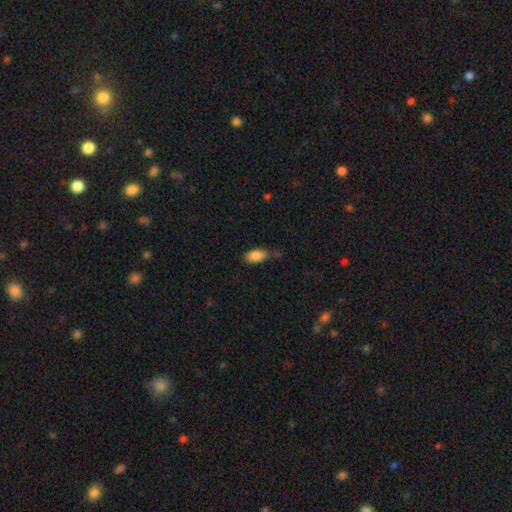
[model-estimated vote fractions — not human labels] smooth-or-featured: smooth: 87% | star or artifact: 8% | featured or disk: 6%
  how-rounded: in between: 92% | cigar-shaped: 4% | round: 3%
  merging: none: 64% | minor disturbance: 24% | merger: 7% | major disturbance: 6%